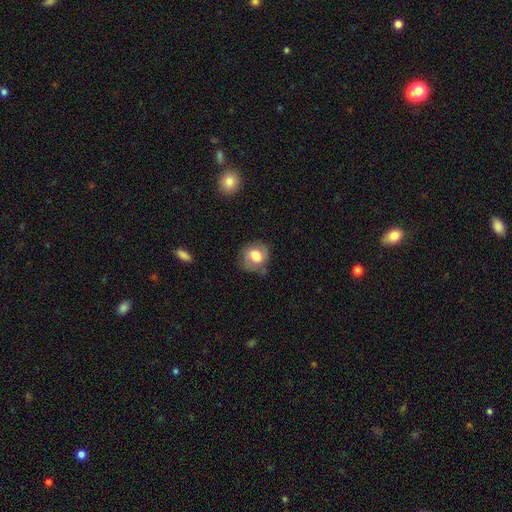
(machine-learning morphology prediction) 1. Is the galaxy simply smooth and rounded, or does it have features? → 61% smooth, 31% featured or disk, 8% star or artifact.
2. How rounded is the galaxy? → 63% round, 36% in between, 1% cigar-shaped.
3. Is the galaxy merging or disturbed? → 55% none, 30% minor disturbance, 13% major disturbance, 3% merger.